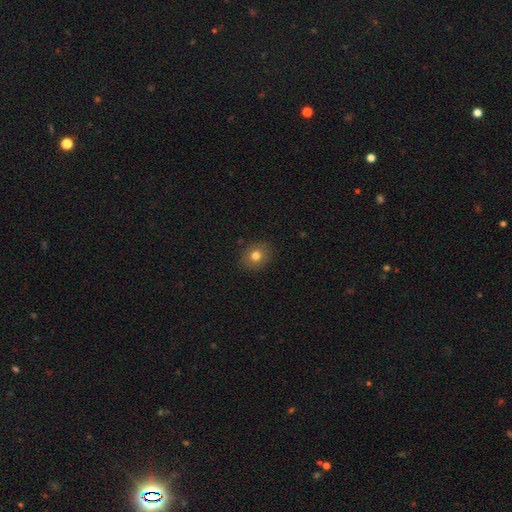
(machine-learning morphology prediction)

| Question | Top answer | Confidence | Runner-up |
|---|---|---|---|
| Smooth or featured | smooth | 77% | star or artifact (12%) |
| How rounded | round | 70% | in between (29%) |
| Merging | none | 89% | minor disturbance (8%) |